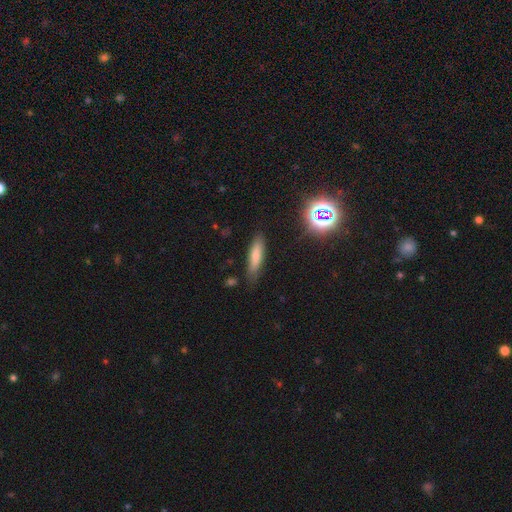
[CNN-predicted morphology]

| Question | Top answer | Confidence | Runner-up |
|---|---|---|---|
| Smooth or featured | smooth | 73% | featured or disk (18%) |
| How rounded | cigar-shaped | 70% | in between (29%) |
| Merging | none | 79% | minor disturbance (15%) |